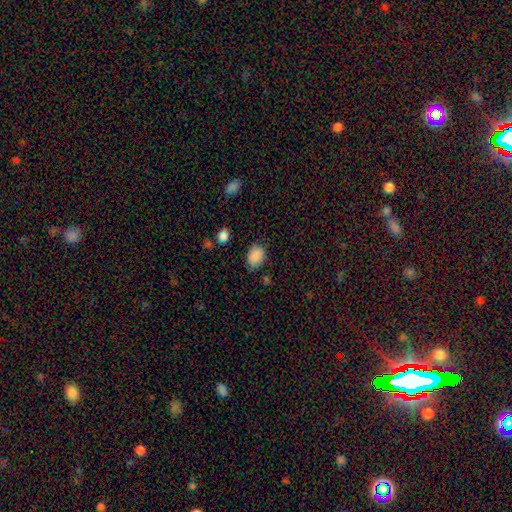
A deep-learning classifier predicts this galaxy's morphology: The model was most divided on "how rounded": in between: 67%, round: 32%, cigar-shaped: 1%. More confident: smooth or featured — smooth (87%); merging — none (76%).